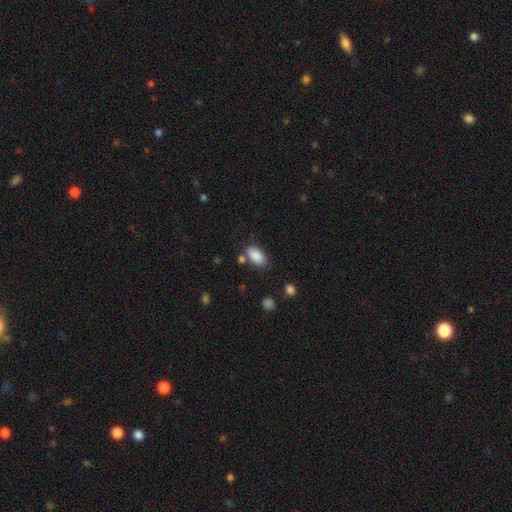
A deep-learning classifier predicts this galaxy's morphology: This appears to be a smooth galaxy with no disk features (88%) that is in between round and cigar-shaped (93%). Merging: none (74%).